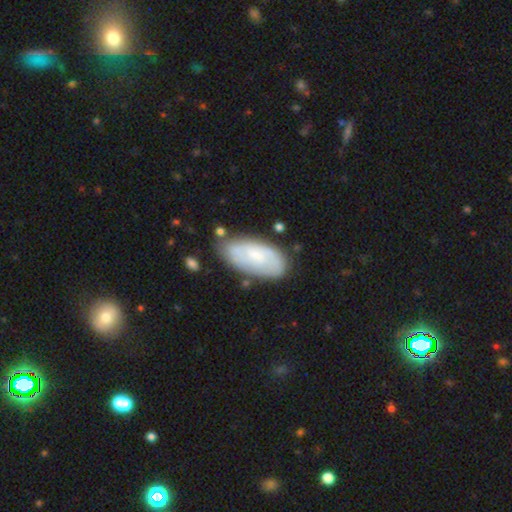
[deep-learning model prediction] This is possibly a smooth galaxy (52%). How rounded: clearly in between (91%). Merging: likely none (71%).